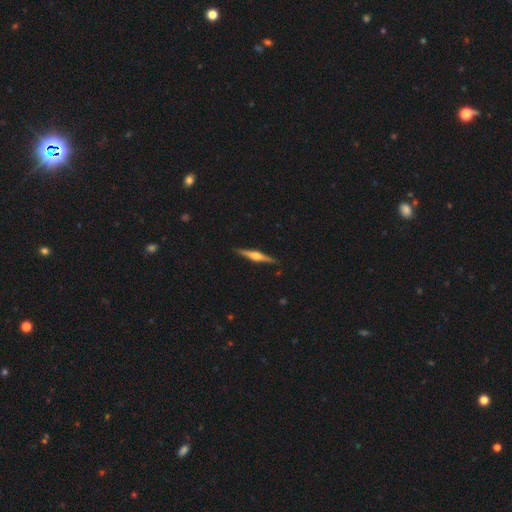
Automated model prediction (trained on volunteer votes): smooth-or-featured: featured or disk: 77% | smooth: 18% | star or artifact: 5%
  disk-edge-on: yes: 98% | no: 2%
    edge-on-bulge: rounded: 87% | boxy: 9% | none: 3%
  merging: none: 91% | minor disturbance: 7% | major disturbance: 1% | merger: 1%